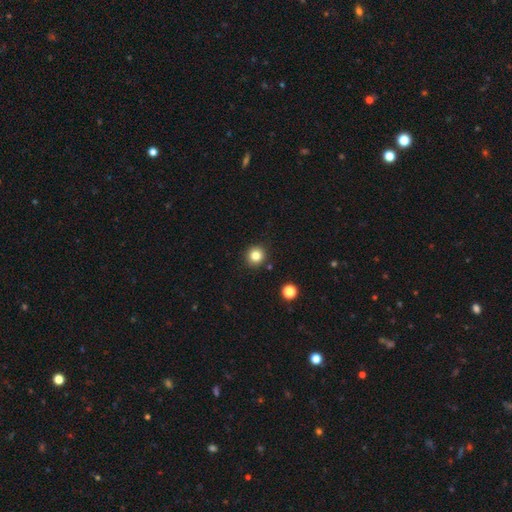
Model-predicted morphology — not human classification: smooth_or_featured: smooth (p=0.83) [alt: star or artifact p=0.12]
how_rounded: round (p=0.92) [alt: in between p=0.07]
merging: none (p=0.90) [alt: minor disturbance p=0.06]